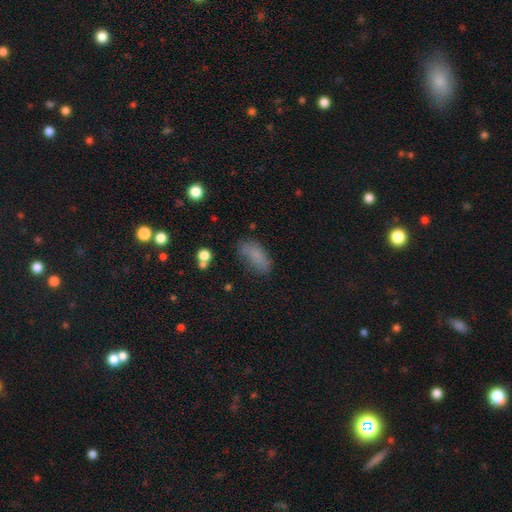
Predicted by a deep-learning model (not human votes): smooth 77%, star or artifact 11%, featured or disk 11%. Down the decision tree: how rounded — in between (85%); merging — none (61%).